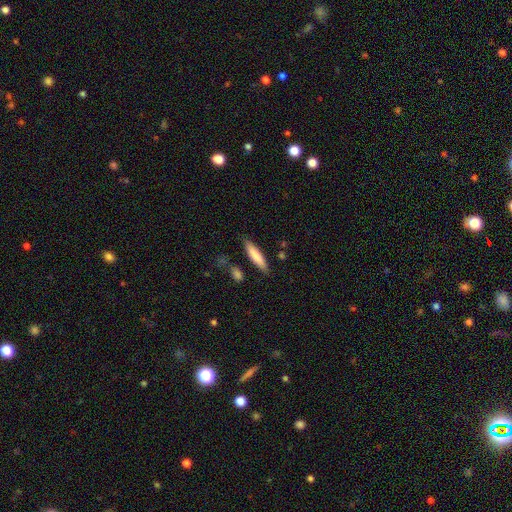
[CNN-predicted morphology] smooth_or_featured: smooth (p=0.80) [alt: featured or disk p=0.14]
how_rounded: cigar-shaped (p=0.79) [alt: in between p=0.20]
merging: none (p=0.83) [alt: minor disturbance p=0.11]